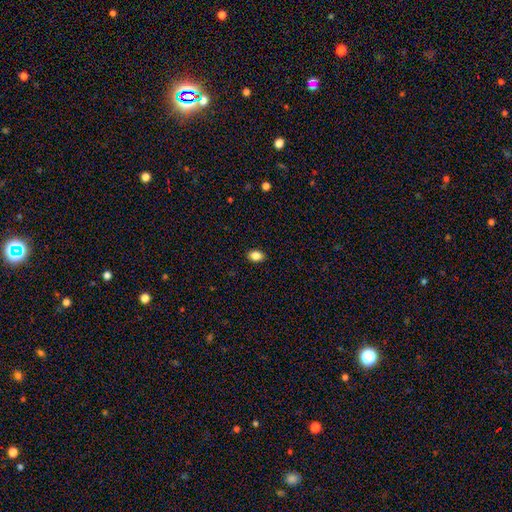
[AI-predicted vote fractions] The model was most divided on "how rounded": in between: 71%, round: 28%, cigar-shaped: 1%. More confident: merging — none (90%); smooth or featured — smooth (85%).